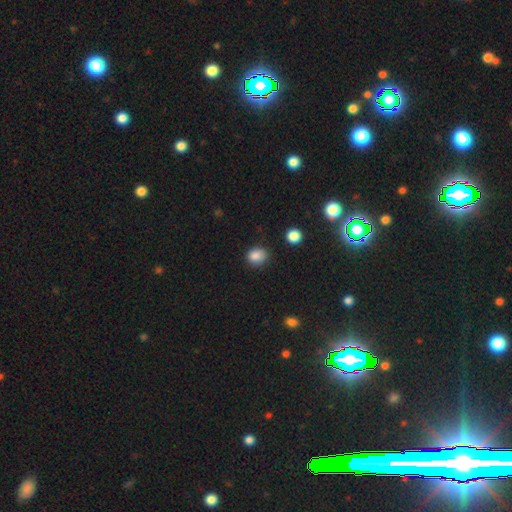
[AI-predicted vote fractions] Q: Smooth or featured?
A: smooth (85%); runner-up: star or artifact (11%)
Q: How rounded?
A: round (62%); runner-up: in between (37%)
Q: Merging?
A: none (76%); runner-up: minor disturbance (18%)